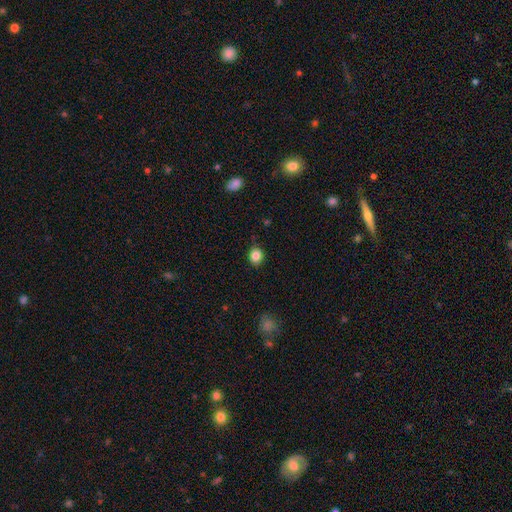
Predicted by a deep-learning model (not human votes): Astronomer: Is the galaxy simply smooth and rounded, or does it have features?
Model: smooth — 84%.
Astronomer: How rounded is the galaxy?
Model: round — 68%.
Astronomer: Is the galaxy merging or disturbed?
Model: none — 84%.